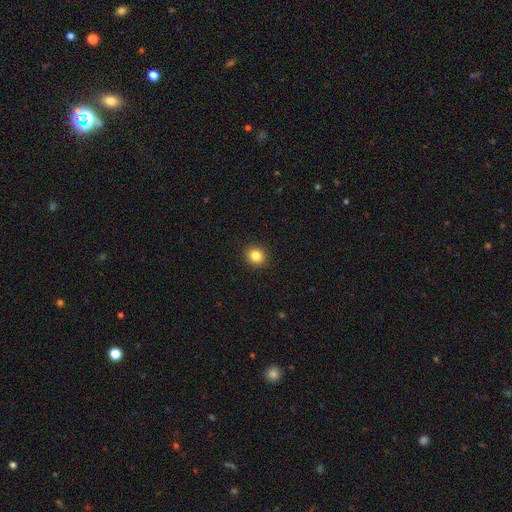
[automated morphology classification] smooth-or-featured: smooth: 84% | star or artifact: 10% | featured or disk: 5%
  how-rounded: round: 81% | in between: 18% | cigar-shaped: 1%
  merging: none: 92% | minor disturbance: 5% | major disturbance: 2% | merger: 1%